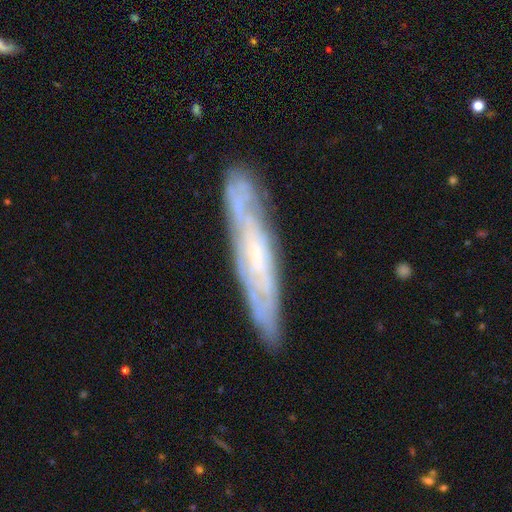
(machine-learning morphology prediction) Smooth or featured? featured or disk (72%)
Edge-on disk? yes (56%)
Merging? none (83%)